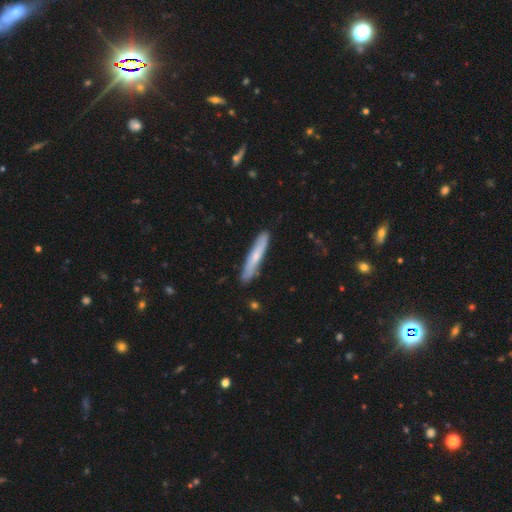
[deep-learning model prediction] Q: Smooth or featured?
A: smooth (56%); runner-up: featured or disk (38%)
Q: How rounded?
A: cigar-shaped (93%); runner-up: in between (6%)
Q: Merging?
A: none (87%); runner-up: minor disturbance (10%)